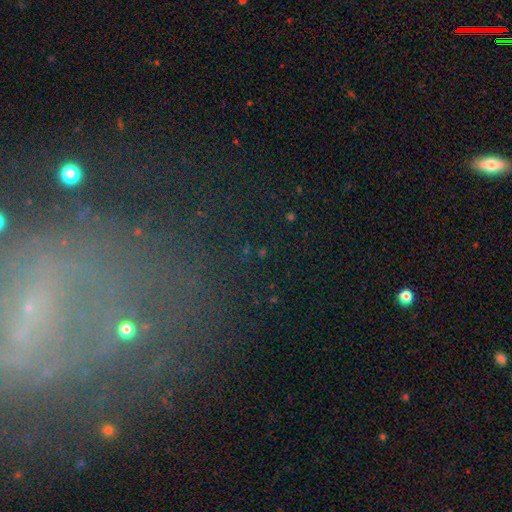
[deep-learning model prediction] smooth_or_featured: featured or disk (p=0.46) [alt: star or artifact p=0.34]
merging: none (p=0.62) [alt: major disturbance p=0.17]